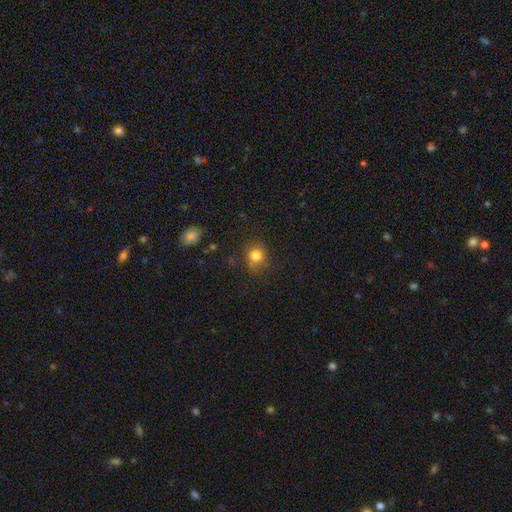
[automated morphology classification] type=smooth (82%); roundness=round (81%); merging=none (77%).